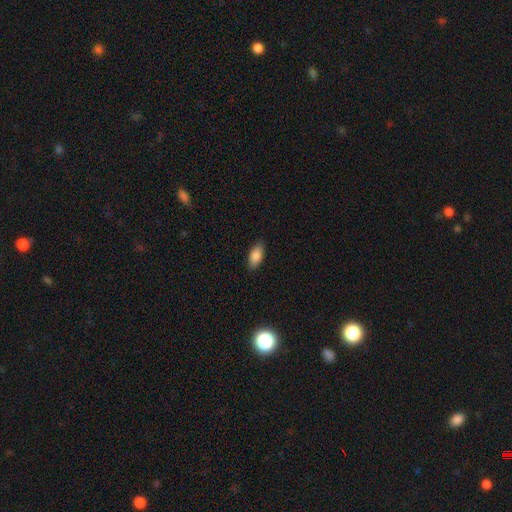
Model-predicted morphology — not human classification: type=smooth (87%); roundness=in between (90%); merging=none (86%).